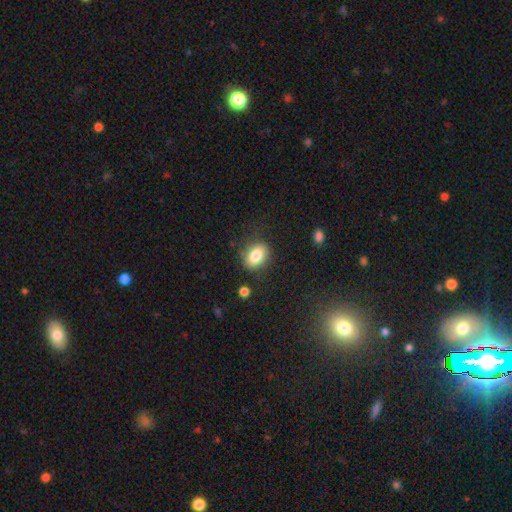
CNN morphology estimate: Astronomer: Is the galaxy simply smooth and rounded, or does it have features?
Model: smooth — 82%.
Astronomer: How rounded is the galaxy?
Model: in between — 71%.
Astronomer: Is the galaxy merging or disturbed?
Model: none — 77%.